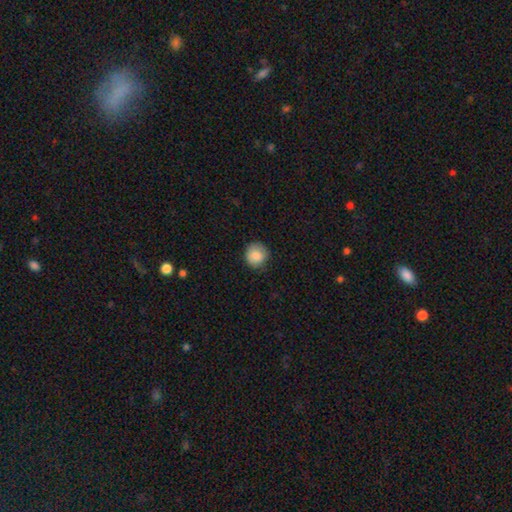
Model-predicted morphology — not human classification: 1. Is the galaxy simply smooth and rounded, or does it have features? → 87% smooth, 8% star or artifact, 5% featured or disk.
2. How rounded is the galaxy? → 91% round, 8% in between, 1% cigar-shaped.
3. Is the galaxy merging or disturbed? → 82% none, 14% minor disturbance, 3% major disturbance, 1% merger.